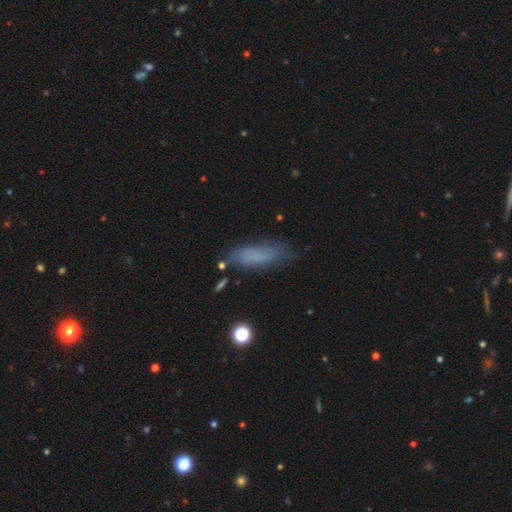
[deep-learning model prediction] Morphology: type=smooth (70%); roundness=in between (52%); merging=none (68%).